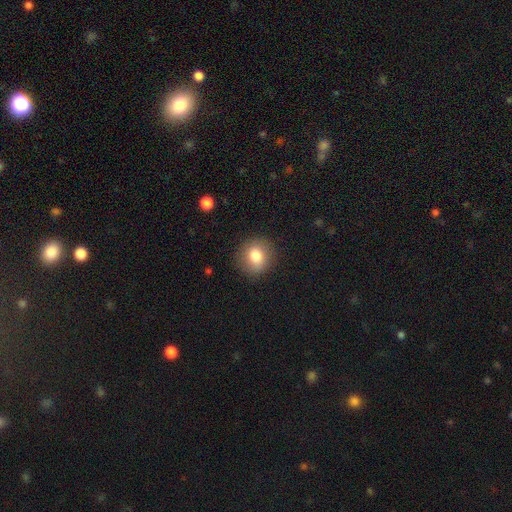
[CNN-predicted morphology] Overall: smooth (80%). How rounded: round (81%). Merging: none (87%).